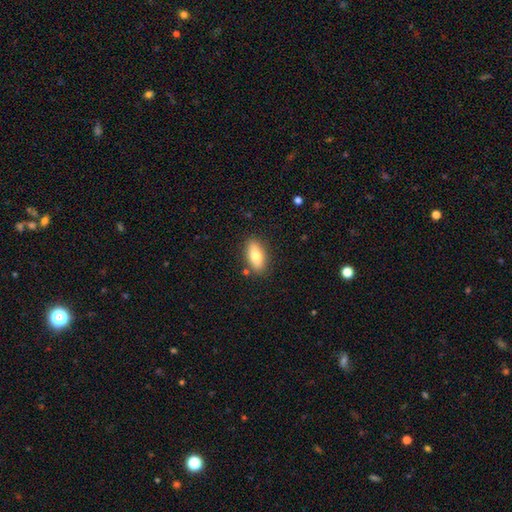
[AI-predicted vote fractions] Overall: smooth (77%). How rounded: in between (85%). Merging: none (85%).